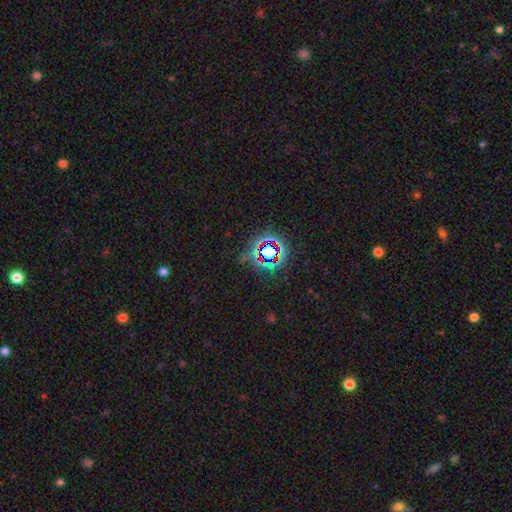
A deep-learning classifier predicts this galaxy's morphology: A star or artifact, not a galaxy (77%).